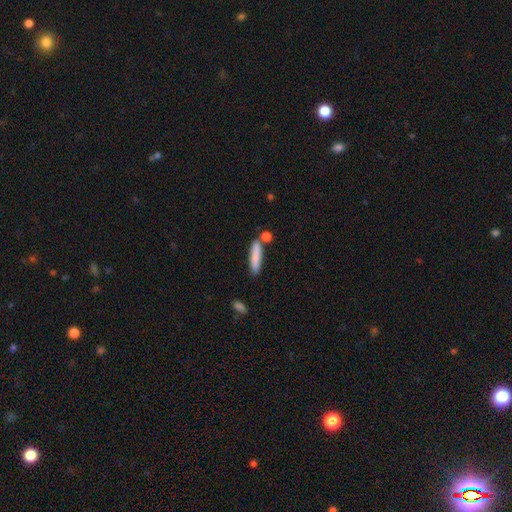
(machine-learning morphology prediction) Smooth or featured: smooth — 82% (featured or disk — 12%)
How rounded: cigar-shaped — 84% (in between — 15%)
Merging: none — 74% (minor disturbance — 12%)